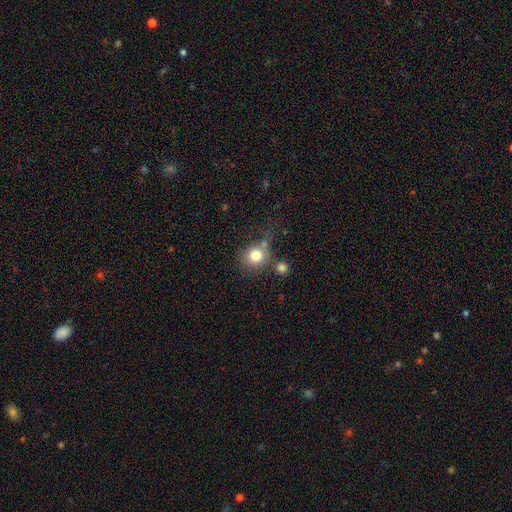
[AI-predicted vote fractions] Smooth or featured?
  - smooth: 79% *
  - star or artifact: 11%
  - featured or disk: 10%
How rounded?
  - round: 86% *
  - in between: 13%
  - cigar-shaped: 1%
Merging?
  - none: 58% *
  - merger: 19%
  - minor disturbance: 15%
  - major disturbance: 8%